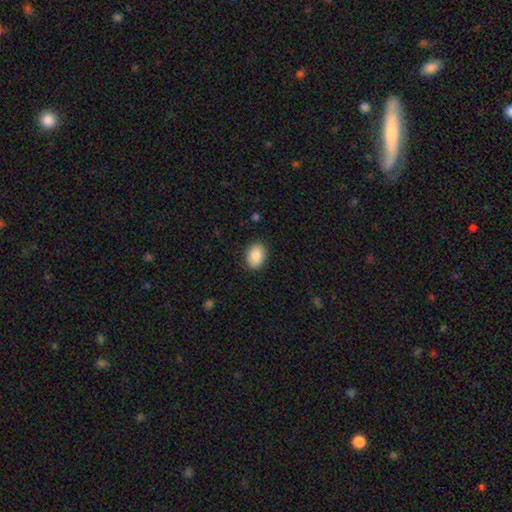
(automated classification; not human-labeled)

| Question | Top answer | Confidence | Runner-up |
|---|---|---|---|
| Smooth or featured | smooth | 87% | star or artifact (7%) |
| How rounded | in between | 76% | round (23%) |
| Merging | none | 88% | minor disturbance (9%) |